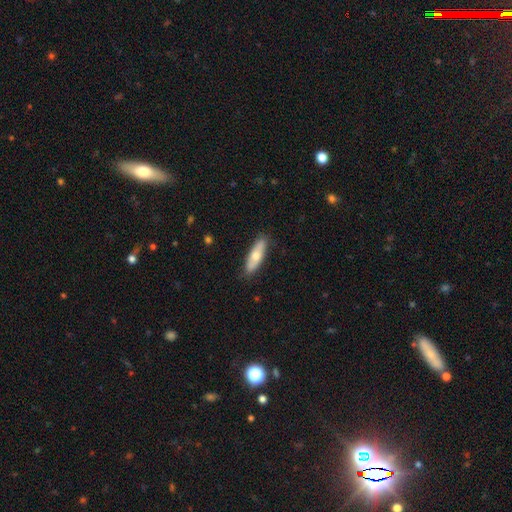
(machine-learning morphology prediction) This is likely a smooth galaxy (65%). How rounded: possibly in between (51%). Merging: clearly none (85%).